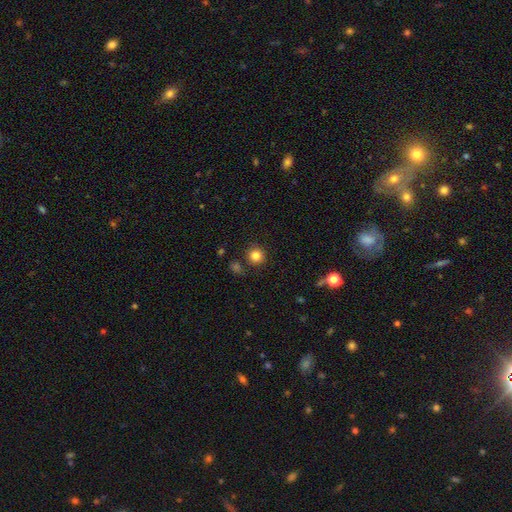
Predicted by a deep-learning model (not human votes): smooth 83%, star or artifact 12%, featured or disk 5%. Down the decision tree: how rounded — round (92%); merging — none (85%).